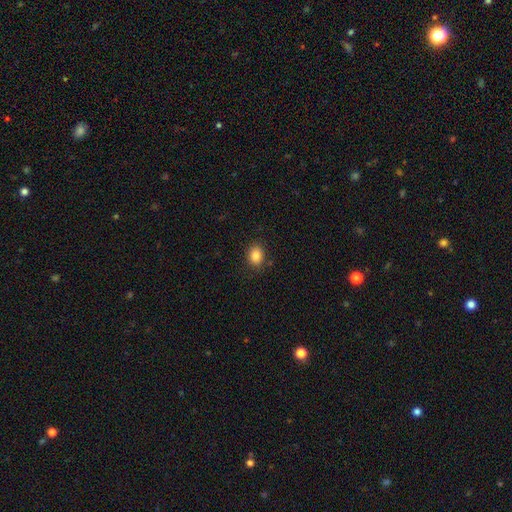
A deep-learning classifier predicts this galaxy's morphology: Smooth or featured? Predicted: smooth (p=0.85). How rounded? Predicted: in between (p=0.53). Merging? Predicted: none (p=0.85).